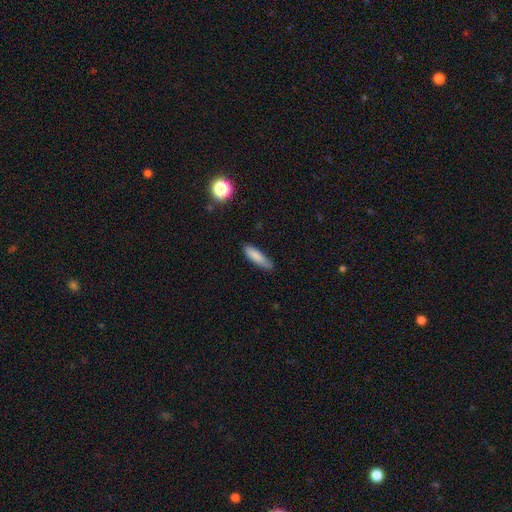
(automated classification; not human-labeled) Smooth or featured? smooth (83%)
How rounded? cigar-shaped (65%)
Merging? none (74%)